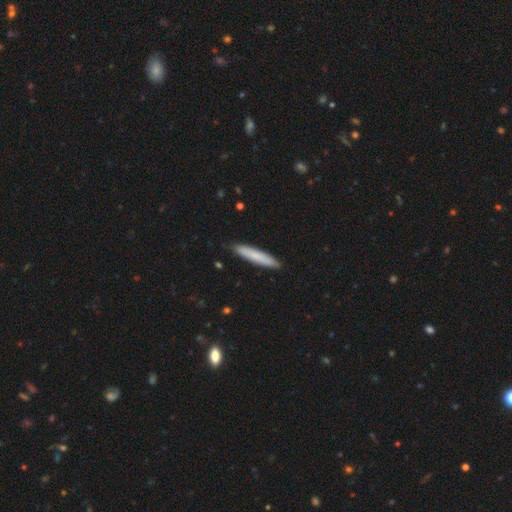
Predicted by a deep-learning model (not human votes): smooth 75%, featured or disk 20%, star or artifact 6%. Down the decision tree: how rounded — cigar-shaped (91%); merging — none (89%).